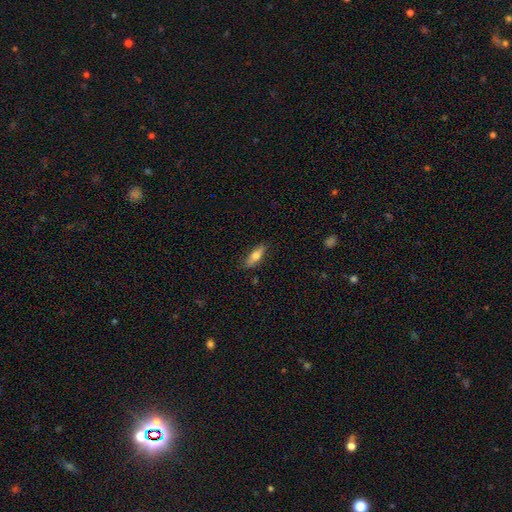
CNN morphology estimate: type=smooth (59%); roundness=cigar-shaped (49%, tied with in between); merging=none (85%).